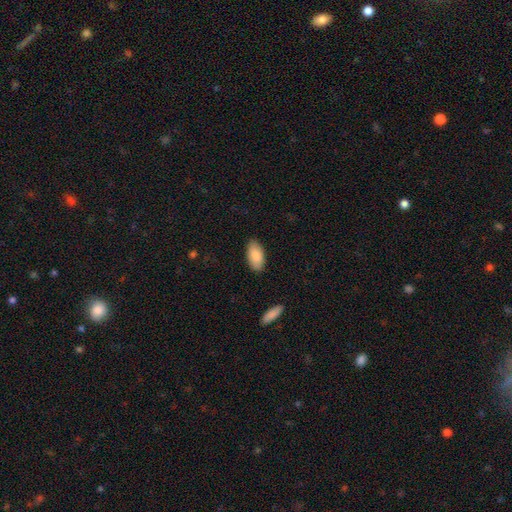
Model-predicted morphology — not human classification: Smooth or featured? Predicted: smooth (p=0.87). How rounded? Predicted: in between (p=0.93). Merging? Predicted: none (p=0.86).